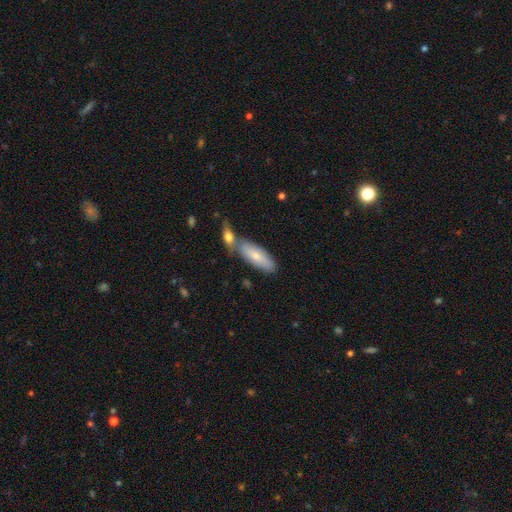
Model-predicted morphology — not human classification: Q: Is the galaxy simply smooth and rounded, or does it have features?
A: smooth — 72%.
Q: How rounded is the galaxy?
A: in between — 60%.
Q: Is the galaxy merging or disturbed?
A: none — 51%.